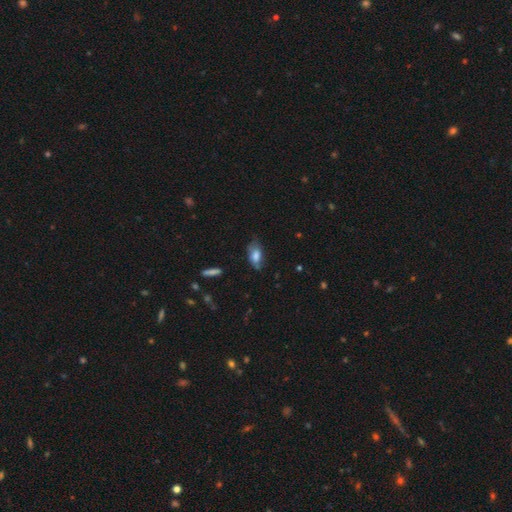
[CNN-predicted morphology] Q: Smooth or featured?
A: smooth (69%); runner-up: featured or disk (23%)
Q: How rounded?
A: in between (88%); runner-up: cigar-shaped (8%)
Q: Merging?
A: none (52%); runner-up: minor disturbance (33%)